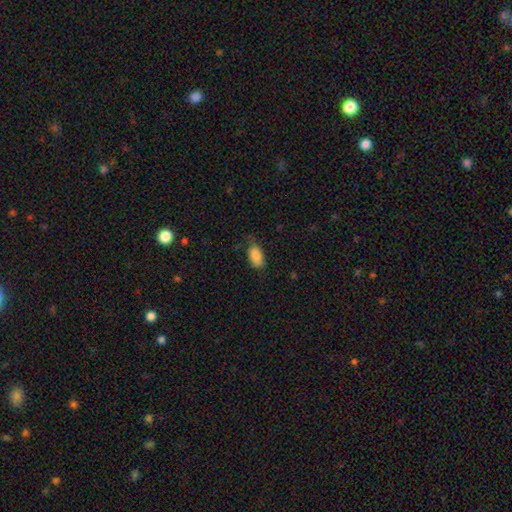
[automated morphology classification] Overall: smooth (88%). How rounded: in between (93%). Merging: none (65%; minor disturbance 27%).